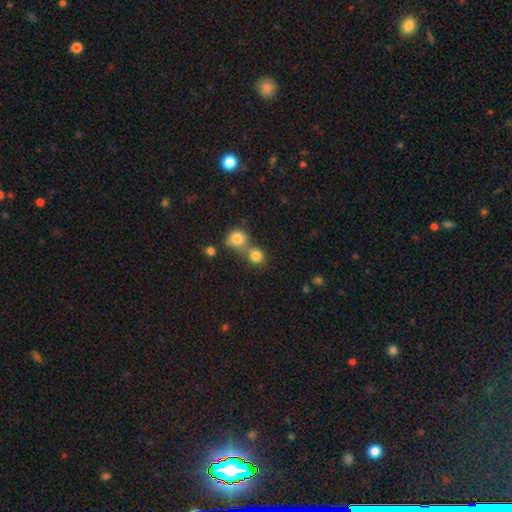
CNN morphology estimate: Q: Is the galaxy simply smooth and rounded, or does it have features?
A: smooth — 81%.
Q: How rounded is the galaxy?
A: round — 85%.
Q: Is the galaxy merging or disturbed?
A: merger — 48%.